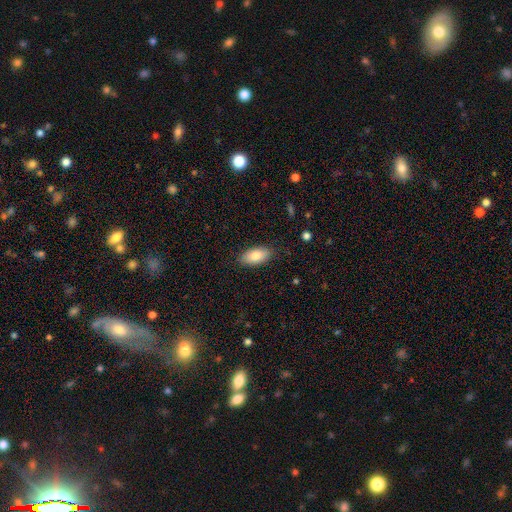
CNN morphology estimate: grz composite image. It shows a smooth galaxy with no disk features (83%) that is in between round and cigar-shaped (91%). Merging: none (85%).